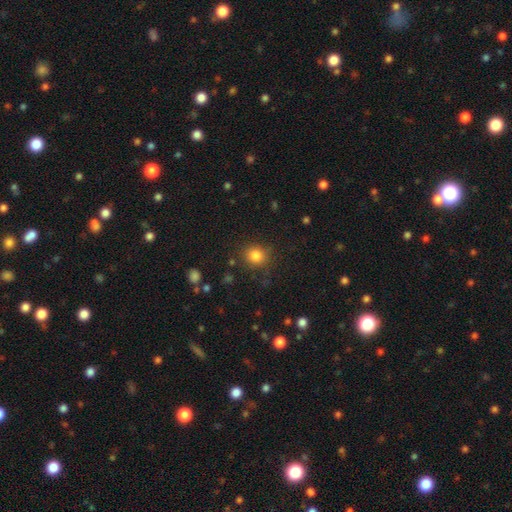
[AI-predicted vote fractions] Smooth or featured? smooth (83%)
How rounded? round (85%)
Merging? none (85%)